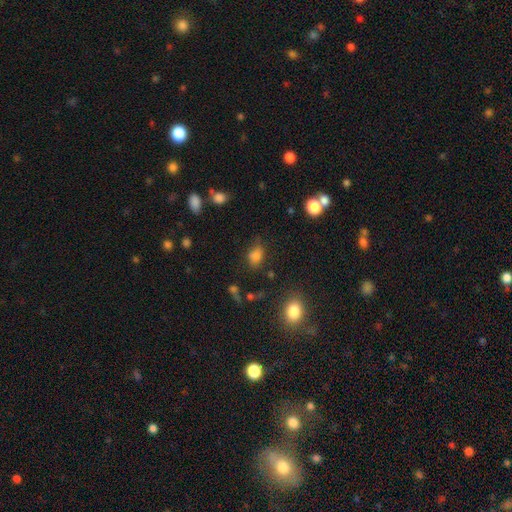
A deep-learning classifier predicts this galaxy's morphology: A smooth galaxy with no disk features (77%) that is in between round and cigar-shaped (74%).

Vote fractions:
- Smooth or featured? smooth: 77% / star or artifact: 15% / featured or disk: 7%
- How rounded? in between: 74% / round: 25% / cigar-shaped: 2%
- Merging? none: 63% / minor disturbance: 23% / major disturbance: 8% / merger: 6%